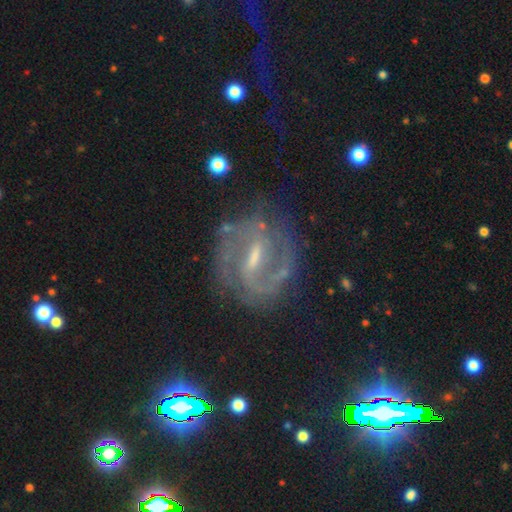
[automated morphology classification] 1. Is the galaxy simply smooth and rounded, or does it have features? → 85% featured or disk, 9% star or artifact, 6% smooth.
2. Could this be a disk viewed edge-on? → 97% no, 3% yes.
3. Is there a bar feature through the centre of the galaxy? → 46% weak, 44% strong, 10% no.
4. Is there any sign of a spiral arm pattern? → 94% yes, 6% no.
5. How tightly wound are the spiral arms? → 49% medium, 38% tight, 13% loose.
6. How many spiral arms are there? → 77% 2, 11% can't tell, 5% 3, 3% 1, 2% 4, 2% more than 4.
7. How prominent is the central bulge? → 49% small, 33% moderate, 14% none, 3% large, 1% dominant.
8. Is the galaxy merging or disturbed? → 74% none, 16% minor disturbance, 8% major disturbance, 2% merger.